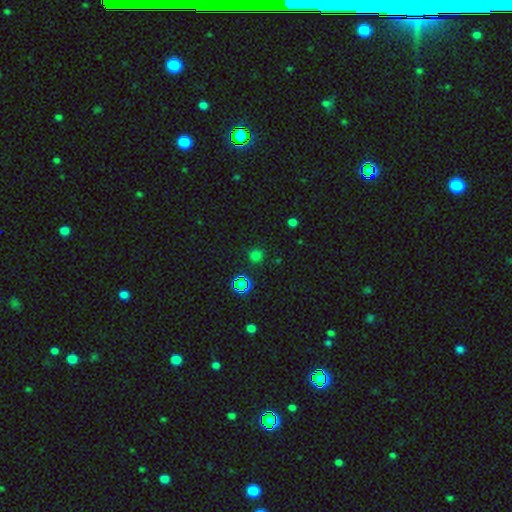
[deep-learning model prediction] Overall: smooth (63%; star or artifact 32%). How rounded: round (88%). Merging: none (85%).